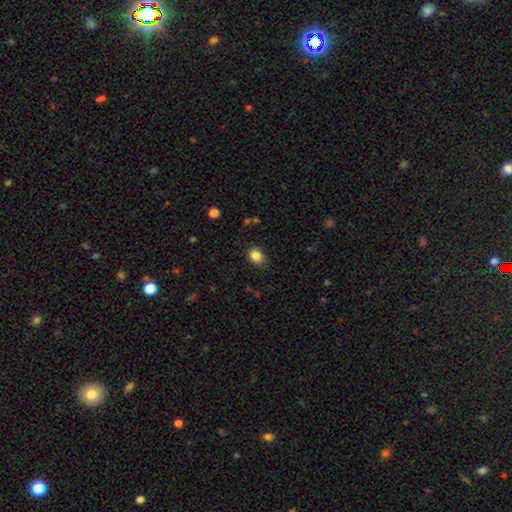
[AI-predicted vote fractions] Smooth or featured? smooth (85%)
How rounded? in between (55%)
Merging? none (78%)